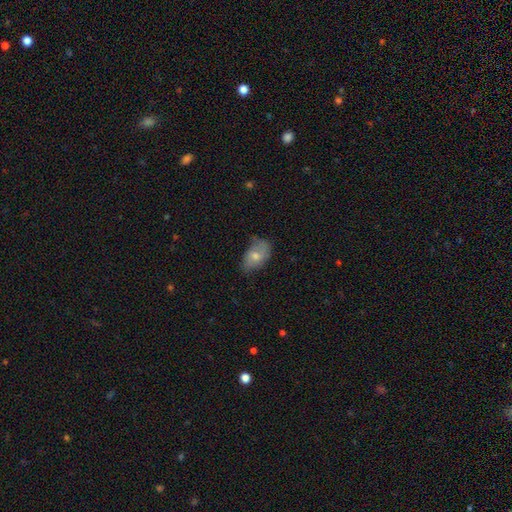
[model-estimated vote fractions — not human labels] A smooth galaxy with no disk features (62%) that is in between round and cigar-shaped (88%). Merging: none (54%).